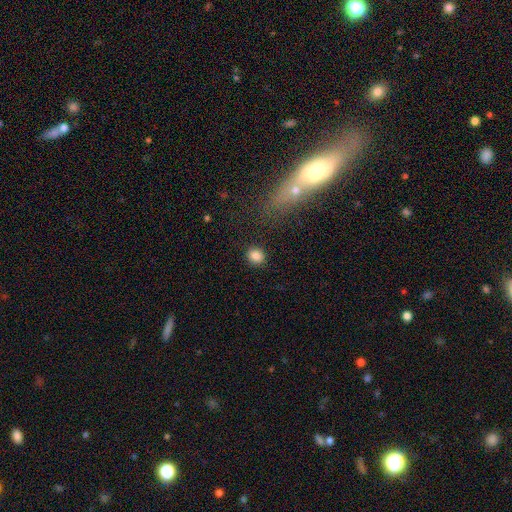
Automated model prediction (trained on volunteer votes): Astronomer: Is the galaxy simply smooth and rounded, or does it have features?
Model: smooth — 85%.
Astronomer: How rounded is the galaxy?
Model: round — 76%.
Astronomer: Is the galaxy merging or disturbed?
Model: none — 88%.